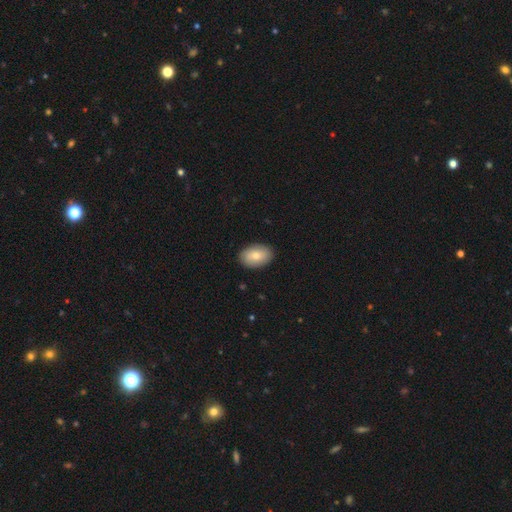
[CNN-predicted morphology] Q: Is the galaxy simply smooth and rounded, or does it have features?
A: smooth — 79%.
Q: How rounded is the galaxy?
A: in between — 90%.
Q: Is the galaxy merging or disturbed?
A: none — 89%.